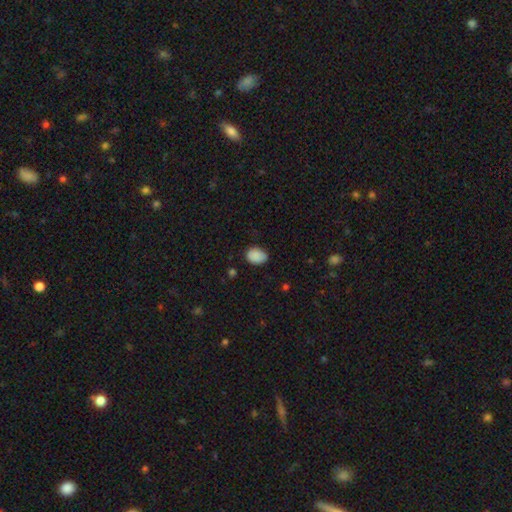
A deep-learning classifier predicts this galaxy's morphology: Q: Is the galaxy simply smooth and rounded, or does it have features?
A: smooth — 88%.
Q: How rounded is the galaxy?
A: in between — 72%.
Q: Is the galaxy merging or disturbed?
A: none — 75%.